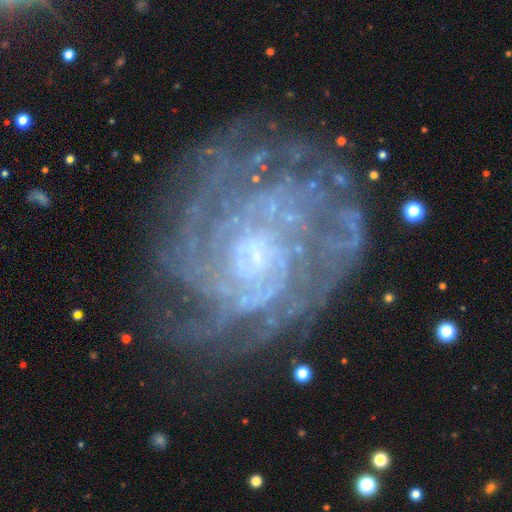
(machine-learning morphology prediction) smooth-or-featured: featured or disk: 86% | star or artifact: 8% | smooth: 6%
  disk-edge-on: no: 97% | yes: 3%
    bar: no: 67% | weak: 25% | strong: 8%
    has-spiral-arms: yes: 94% | no: 6%
      spiral-winding: tight: 74% | medium: 21% | loose: 6%
      spiral-arm-count: can't tell: 37% | more than 4: 16% | 4: 13% | 2: 13% | 3: 13% | 1: 8%
    bulge-size: small: 54% | moderate: 20% | none: 20% | large: 5% | dominant: 2%
  merging: none: 67% | minor disturbance: 18% | major disturbance: 12% | merger: 3%